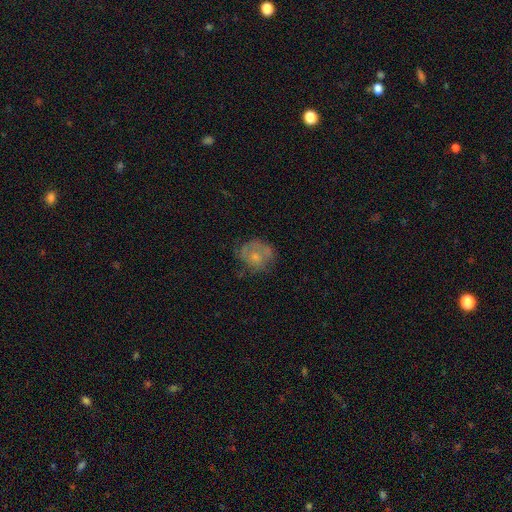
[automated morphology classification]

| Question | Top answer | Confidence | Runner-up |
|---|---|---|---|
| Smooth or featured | featured or disk | 53% | smooth (39%) |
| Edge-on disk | no | 98% | yes (2%) |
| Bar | no | 79% | weak (18%) |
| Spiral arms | yes | 67% | no (33%) |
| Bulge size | small | 53% | moderate (35%) |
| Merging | none | 59% | minor disturbance (24%) |